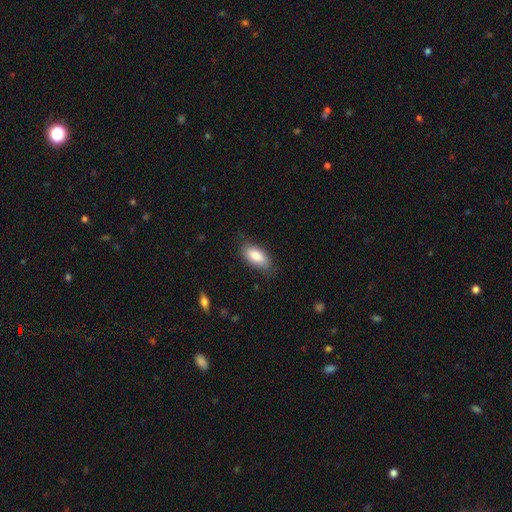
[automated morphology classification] A smooth galaxy with no disk features (84%) that is in between round and cigar-shaped (89%).

Vote fractions:
- Smooth or featured? smooth: 84% / featured or disk: 10% / star or artifact: 6%
- How rounded? in between: 89% / cigar-shaped: 8% / round: 2%
- Merging? none: 75% / minor disturbance: 19% / major disturbance: 5% / merger: 1%